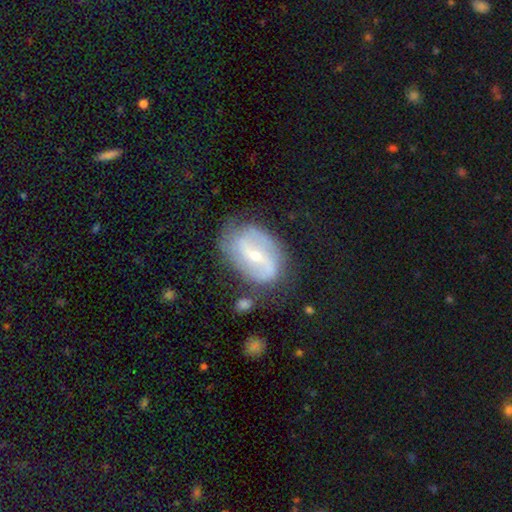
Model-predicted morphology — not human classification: A featured or disk galaxy (82%) with a weak bar (41%), 2 (85%) medium (41%) spiral arms (91%) and a small central bulge (58%).

Vote fractions:
- Smooth or featured? featured or disk: 82% / smooth: 12% / star or artifact: 6%
- Edge-on disk? no: 96% / yes: 4%
- Bar? weak: 41% / strong: 36% / no: 23%
- Spiral arms? yes: 91% / no: 9%
- Spiral winding? medium: 41% / loose: 39% / tight: 19%
- Spiral arm count? 2: 85% / can't tell: 7% / 3: 3% / 1: 2% / 4: 1% / more than 4: 1%
- Bulge size? small: 58% / moderate: 39% / large: 1% / none: 1% / dominant: 1%
- Merging? none: 69% / minor disturbance: 20% / major disturbance: 8% / merger: 3%